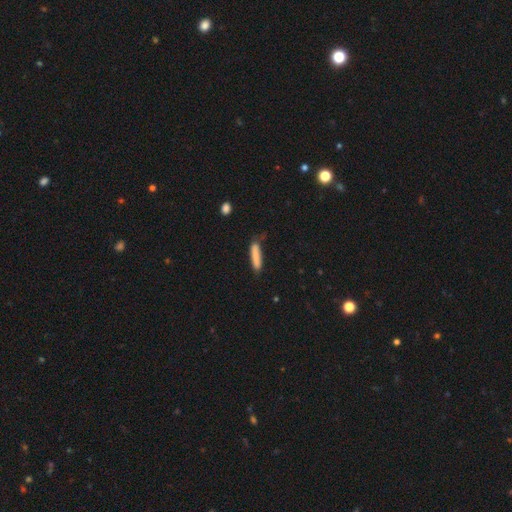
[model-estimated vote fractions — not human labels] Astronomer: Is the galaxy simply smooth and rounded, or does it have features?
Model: smooth — 83%.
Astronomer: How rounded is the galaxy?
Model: cigar-shaped — 87%.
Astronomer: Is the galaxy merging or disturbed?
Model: none — 71%.